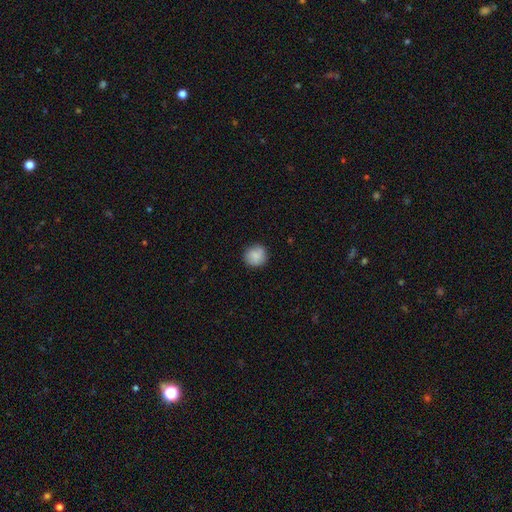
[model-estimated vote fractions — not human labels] Q: Smooth or featured?
A: smooth (86%); runner-up: star or artifact (8%)
Q: How rounded?
A: round (91%); runner-up: in between (8%)
Q: Merging?
A: none (87%); runner-up: minor disturbance (10%)